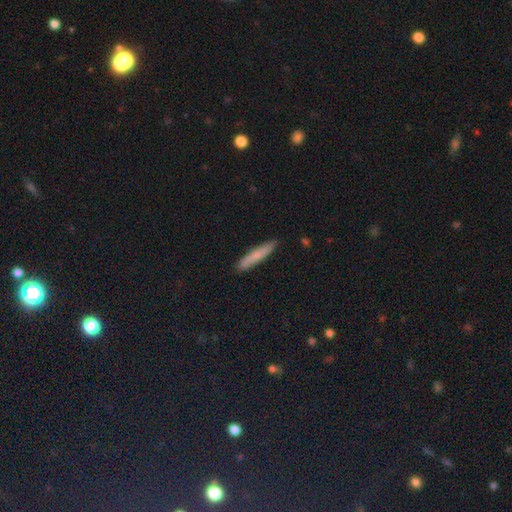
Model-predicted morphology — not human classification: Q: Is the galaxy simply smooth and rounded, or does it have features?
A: smooth — 73%.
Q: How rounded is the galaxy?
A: cigar-shaped — 92%.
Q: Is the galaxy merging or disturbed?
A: none — 88%.